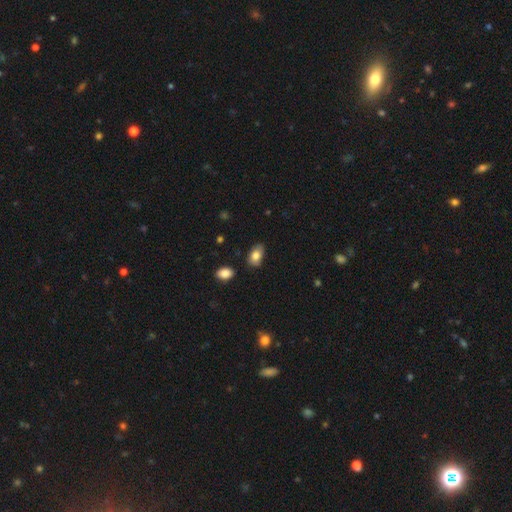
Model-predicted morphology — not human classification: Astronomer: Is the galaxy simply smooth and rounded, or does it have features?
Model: smooth — 81%.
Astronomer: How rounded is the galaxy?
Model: in between — 92%.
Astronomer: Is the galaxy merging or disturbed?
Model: none — 78%.